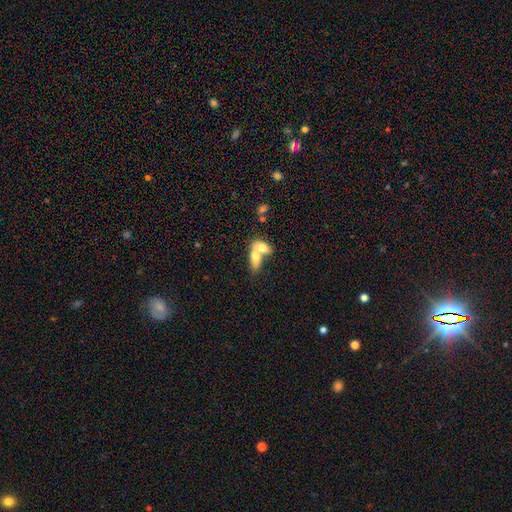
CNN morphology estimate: Smooth or featured?
  - smooth: 69% *
  - featured or disk: 24%
  - star or artifact: 7%
How rounded?
  - in between: 82% *
  - round: 10%
  - cigar-shaped: 8%
Merging?
  - merger: 77% *
  - none: 14%
  - minor disturbance: 5%
  - major disturbance: 4%